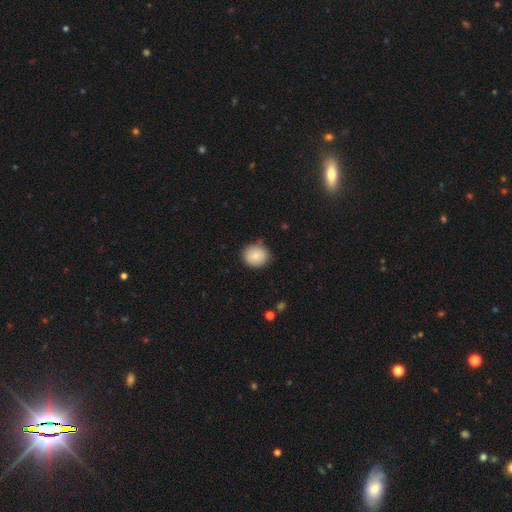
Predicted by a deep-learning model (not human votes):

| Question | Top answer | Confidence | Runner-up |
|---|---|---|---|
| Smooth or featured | smooth | 82% | featured or disk (10%) |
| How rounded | round | 82% | in between (17%) |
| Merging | none | 82% | minor disturbance (14%) |